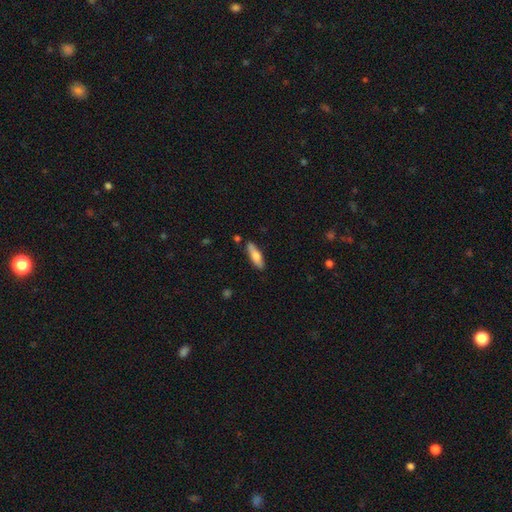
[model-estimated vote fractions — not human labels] A smooth galaxy with no disk features (68%) that is cigar-shaped (56%). Merging: none (81%).